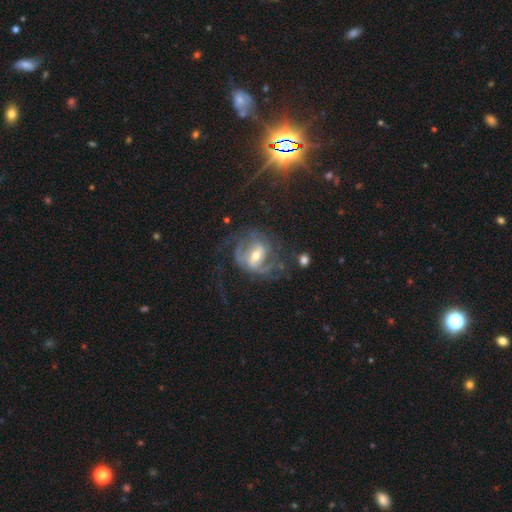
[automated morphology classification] This is clearly a featured or disk galaxy (83%). It is clearly not viewed edge-on (96%). Bar: marginally weak (42%). Spiral arm pattern: clearly yes (91%). Spiral arm count: marginally 2 (41%). Spiral winding: marginally medium (45%). Central bulge: possibly moderate (60%). Merging: possibly none (54%).